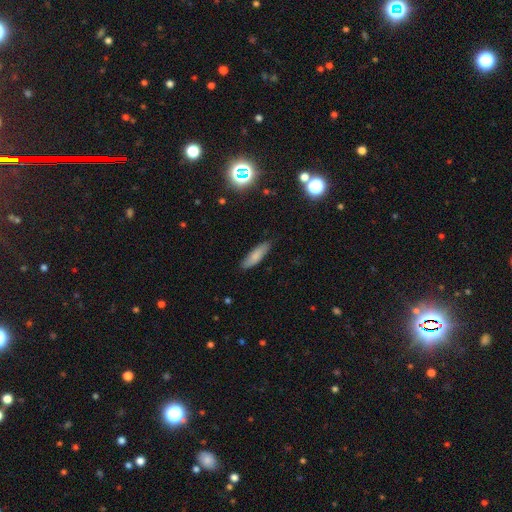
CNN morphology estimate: smooth_or_featured: smooth (p=0.81) [alt: featured or disk p=0.12]
how_rounded: cigar-shaped (p=0.58) [alt: in between p=0.41]
merging: none (p=0.84) [alt: minor disturbance p=0.13]